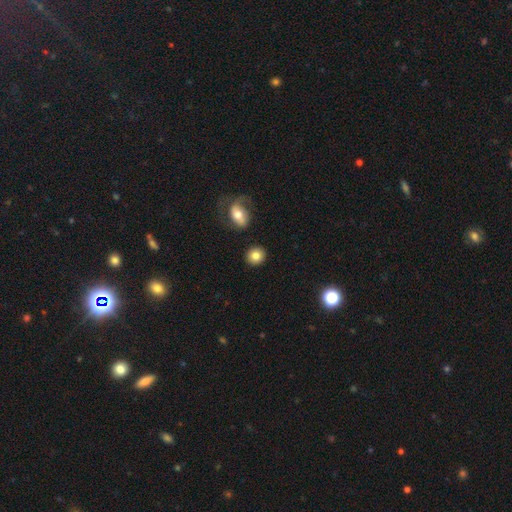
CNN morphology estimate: This appears to be a smooth galaxy with no disk features (83%) that is round (83%). Merging: none (87%).